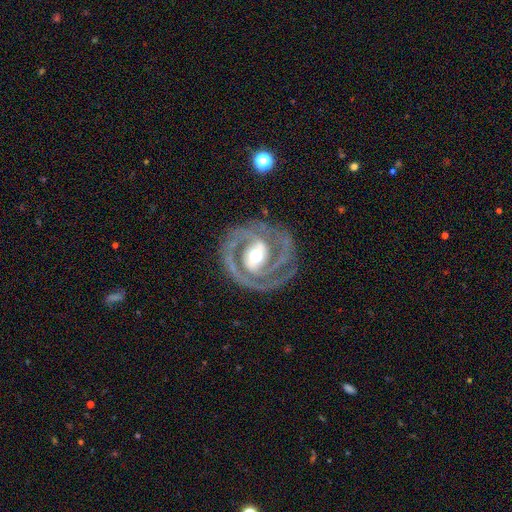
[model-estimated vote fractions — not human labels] A featured or disk galaxy (91%) with a strong bar (35%), 2 (74%) tight (67%) spiral arms (95%) and a moderate central bulge (70%). Merging: none (79%).